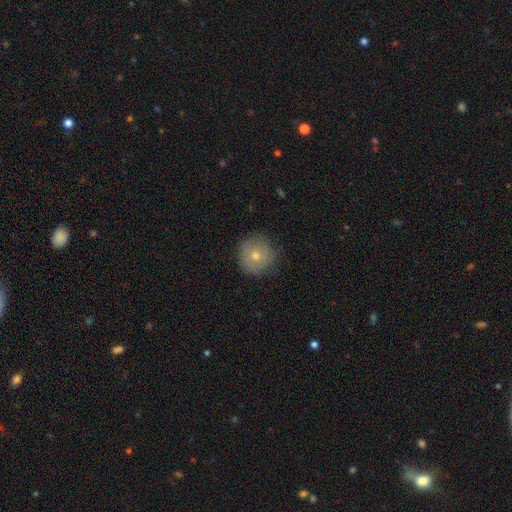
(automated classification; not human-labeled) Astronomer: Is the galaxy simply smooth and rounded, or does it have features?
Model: smooth — 70%.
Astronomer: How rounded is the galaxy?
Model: round — 92%.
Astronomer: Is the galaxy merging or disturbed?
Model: none — 79%.